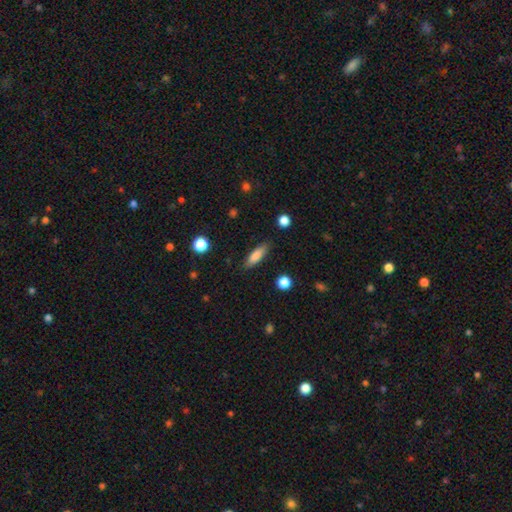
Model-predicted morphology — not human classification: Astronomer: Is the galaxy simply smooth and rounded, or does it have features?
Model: smooth — 80%.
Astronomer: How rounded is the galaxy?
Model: cigar-shaped — 58% (runner-up: in between, 40%).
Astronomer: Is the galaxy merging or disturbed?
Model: none — 85%.